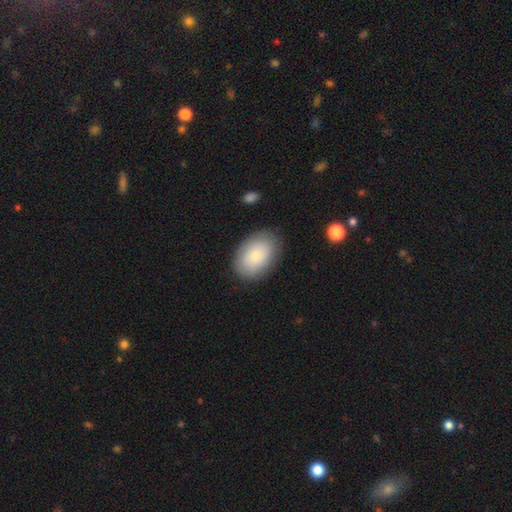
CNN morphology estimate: Smooth or featured? Predicted: smooth (p=0.77). How rounded? Predicted: in between (p=0.83). Merging? Predicted: none (p=0.83).